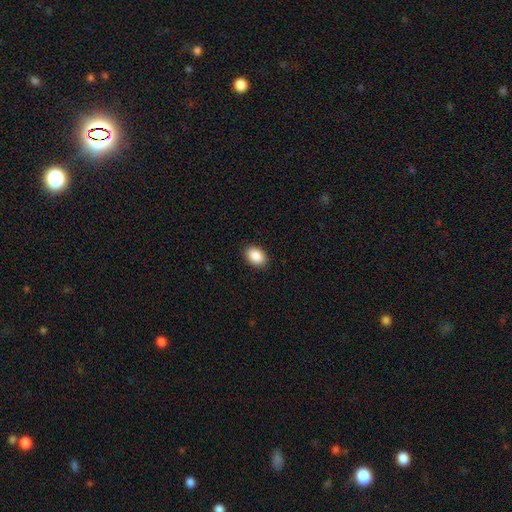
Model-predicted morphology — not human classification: The model was most divided on "how rounded": in between: 82%, round: 17%, cigar-shaped: 1%. More confident: merging — none (91%); smooth or featured — smooth (89%).